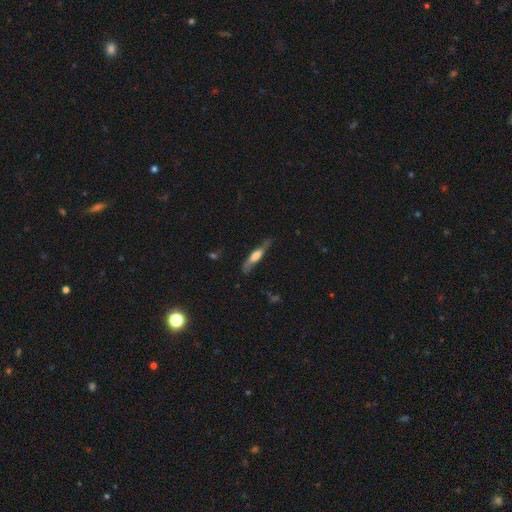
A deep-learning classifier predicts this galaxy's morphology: Smooth or featured: featured or disk — 50% (smooth — 43%)
Edge-on disk: yes — 81% (no — 19%)
Merging: none — 68% (minor disturbance — 22%)